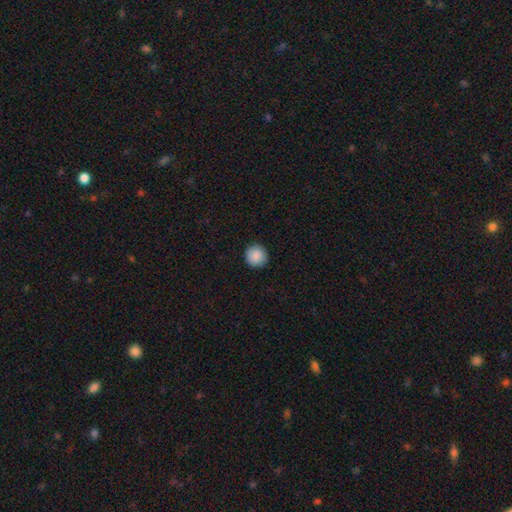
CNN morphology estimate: This appears to be a smooth galaxy with no disk features (88%) that is round (95%). Merging: none (91%).